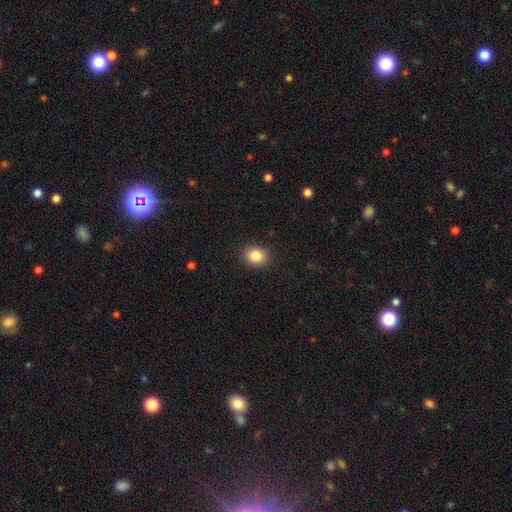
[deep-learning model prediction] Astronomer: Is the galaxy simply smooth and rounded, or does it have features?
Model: smooth — 85%.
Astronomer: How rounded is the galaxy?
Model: round — 50% (runner-up: in between, 49%).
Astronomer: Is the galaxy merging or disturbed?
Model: none — 90%.